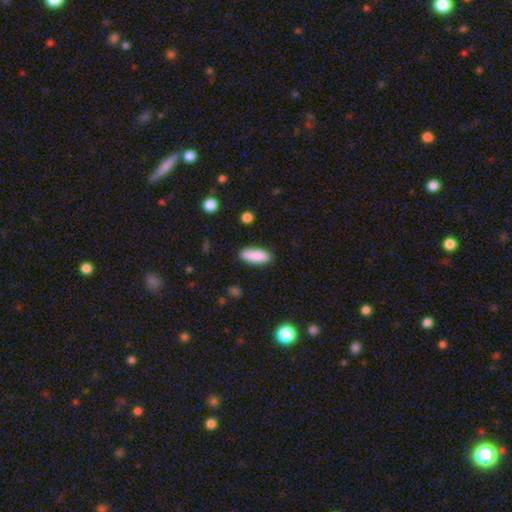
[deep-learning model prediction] A smooth galaxy with no disk features (89%) that is in between round and cigar-shaped (76%). Merging: none (86%).